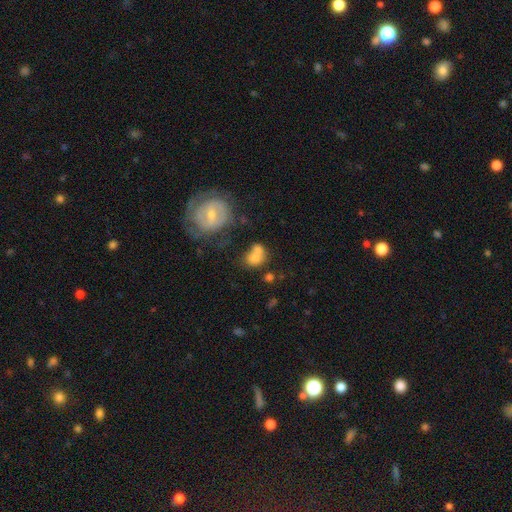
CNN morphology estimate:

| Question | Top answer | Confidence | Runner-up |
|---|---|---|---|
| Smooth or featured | smooth | 71% | featured or disk (19%) |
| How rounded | round | 55% | in between (44%) |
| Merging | merger | 53% | none (30%) |